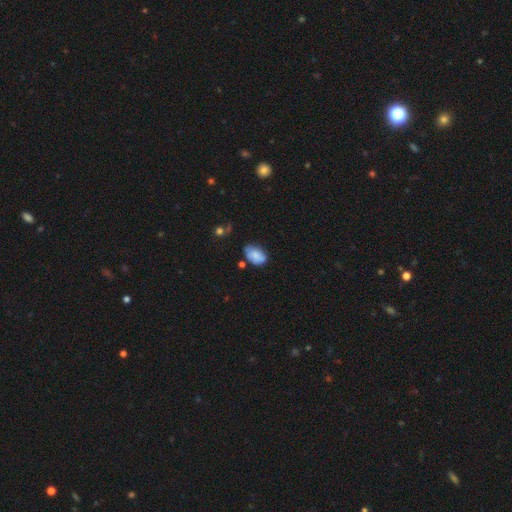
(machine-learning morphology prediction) Smooth or featured?
  - smooth: 75% *
  - featured or disk: 17%
  - star or artifact: 8%
How rounded?
  - in between: 88% *
  - round: 11%
  - cigar-shaped: 1%
Merging?
  - none: 55% *
  - minor disturbance: 31%
  - merger: 7%
  - major disturbance: 7%